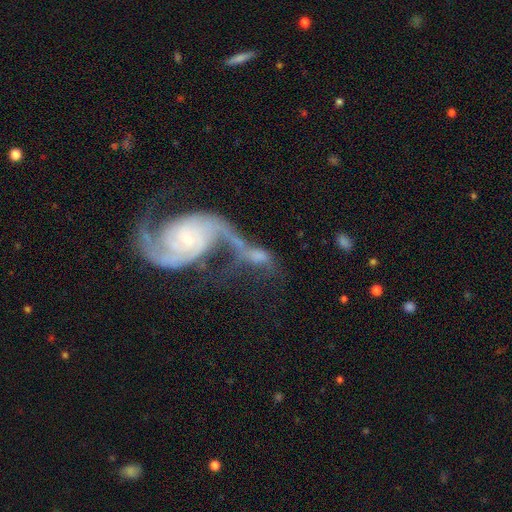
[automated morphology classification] Smooth or featured?
  - featured or disk: 74% *
  - smooth: 18%
  - star or artifact: 8%
Edge-on disk?
  - no: 94% *
  - yes: 6%
Bar?
  - no: 65% *
  - weak: 26%
  - strong: 9%
Spiral arms?
  - yes: 84% *
  - no: 16%
Spiral winding?
  - loose: 46% *
  - medium: 31%
  - tight: 24%
Spiral arm count?
  - 2: 67% *
  - can't tell: 14%
  - 1: 8%
  - 3: 5%
  - 4: 3%
  - more than 4: 3%
Bulge size?
  - small: 70% *
  - moderate: 21%
  - none: 5%
  - large: 3%
  - dominant: 2%
Merging?
  - merger: 52% *
  - major disturbance: 21%
  - none: 16%
  - minor disturbance: 10%